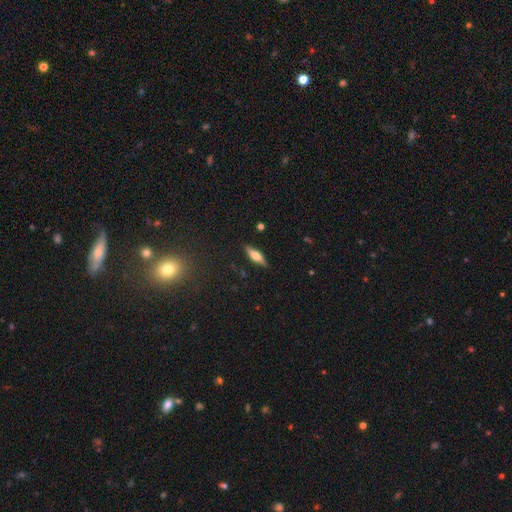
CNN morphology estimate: smooth-or-featured: smooth: 57% | featured or disk: 36% | star or artifact: 7%
  how-rounded: cigar-shaped: 54% | in between: 44% | round: 2%
  merging: none: 87% | minor disturbance: 10% | major disturbance: 2% | merger: 1%